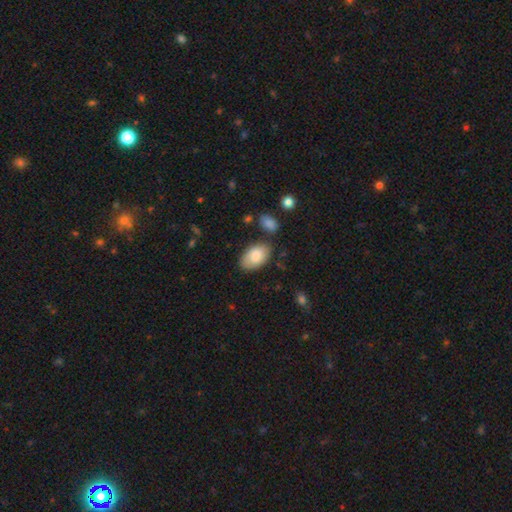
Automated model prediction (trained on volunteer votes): Q: Smooth or featured?
A: smooth (81%); runner-up: featured or disk (13%)
Q: How rounded?
A: in between (94%); runner-up: round (5%)
Q: Merging?
A: none (74%); runner-up: minor disturbance (18%)